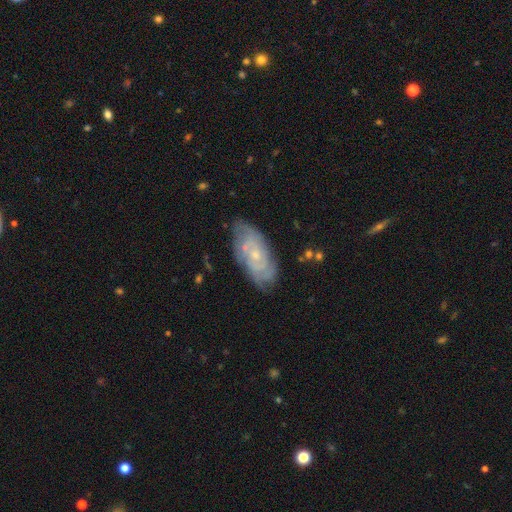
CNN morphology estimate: Smooth or featured? featured or disk (71%)
Edge-on disk? no (92%)
Bar? no (75%)
Spiral arms? yes (85%)
Spiral winding? tight (66%)
Spiral arm count? can't tell (53%)
Bulge size? small (68%)
Merging? none (75%)